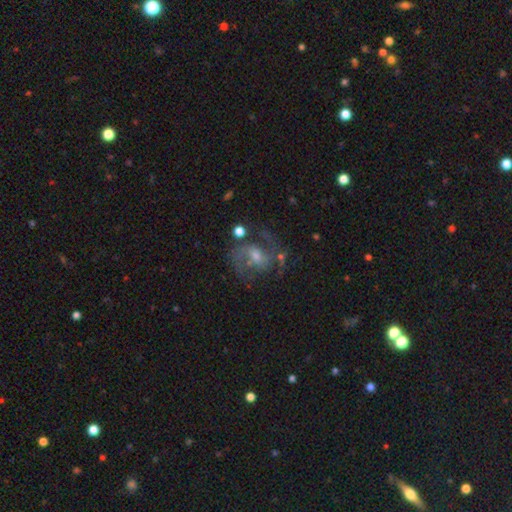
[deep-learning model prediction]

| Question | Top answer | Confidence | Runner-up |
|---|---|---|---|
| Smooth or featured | featured or disk | 79% | smooth (11%) |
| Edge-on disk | no | 97% | yes (3%) |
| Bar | weak | 48% | no (40%) |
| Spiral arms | yes | 92% | no (8%) |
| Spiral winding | medium | 54% | loose (31%) |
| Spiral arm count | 2 | 84% | can't tell (7%) |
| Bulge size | moderate | 45% | small (43%) |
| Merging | none | 64% | minor disturbance (16%) |